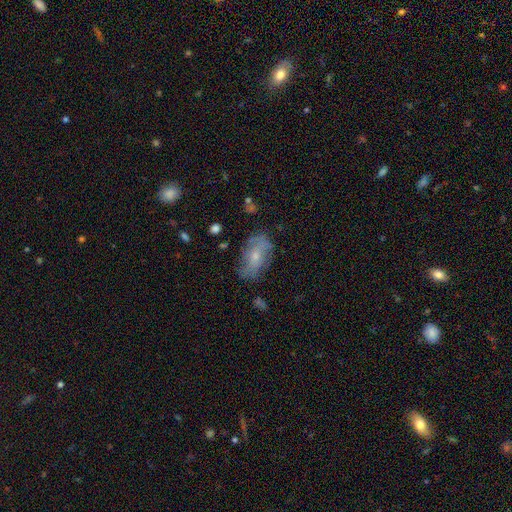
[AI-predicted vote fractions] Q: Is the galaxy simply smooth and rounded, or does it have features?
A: smooth — 49%.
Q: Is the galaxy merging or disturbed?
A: none — 63%.